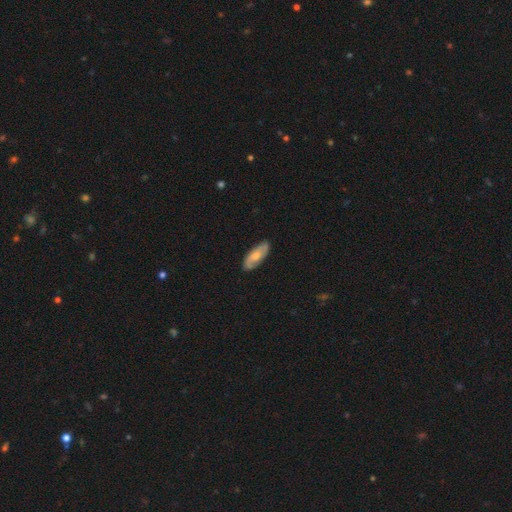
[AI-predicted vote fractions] A smooth galaxy with no disk features (51%) that is in between round and cigar-shaped (78%). Merging: none (84%).